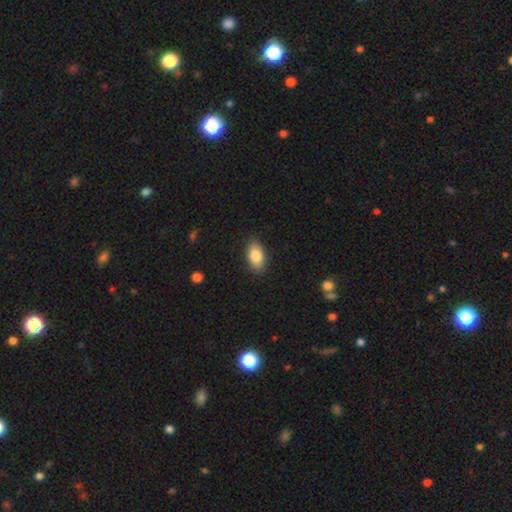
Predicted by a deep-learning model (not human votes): Morphology: type=smooth (86%); roundness=in between (92%); merging=none (87%).